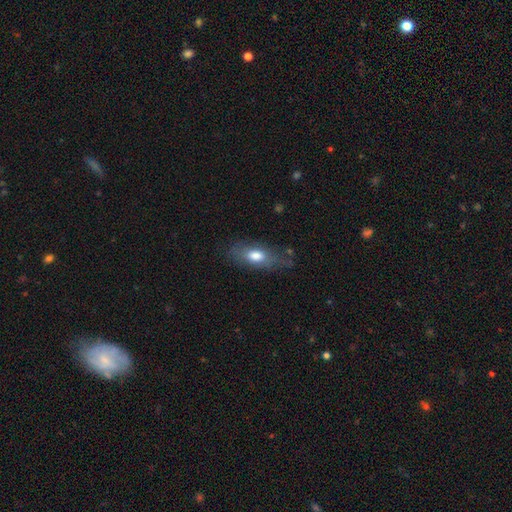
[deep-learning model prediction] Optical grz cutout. It shows a smooth galaxy with no disk features (71%) that is in between round and cigar-shaped (78%). Merging: none (63%).